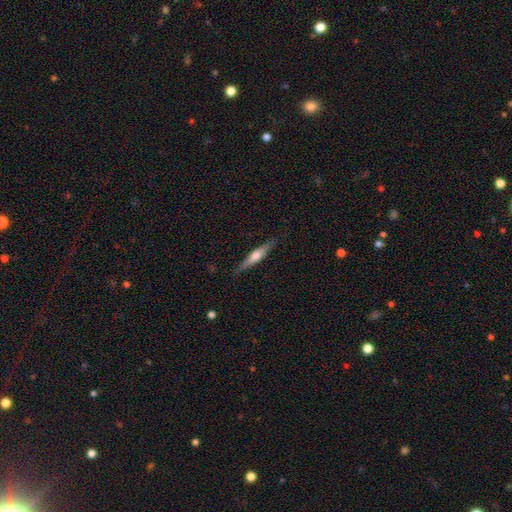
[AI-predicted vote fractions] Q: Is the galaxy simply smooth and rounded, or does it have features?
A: featured or disk — 55%.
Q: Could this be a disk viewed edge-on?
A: yes — 96%.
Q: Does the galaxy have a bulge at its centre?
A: rounded — 83%.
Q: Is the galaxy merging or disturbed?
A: none — 87%.